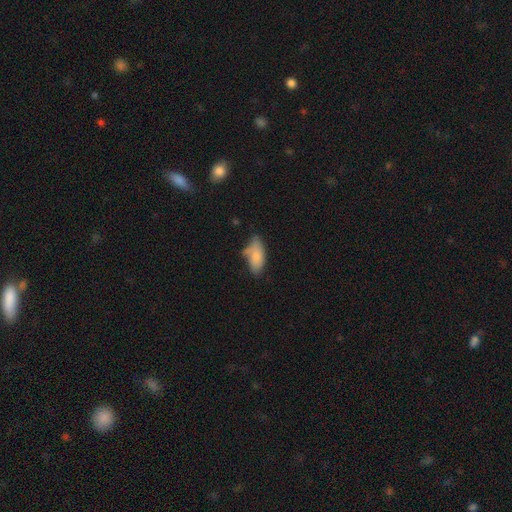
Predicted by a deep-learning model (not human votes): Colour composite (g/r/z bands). It shows a smooth galaxy with no disk features (80%) that is in between round and cigar-shaped (86%). Merging: none (49%).